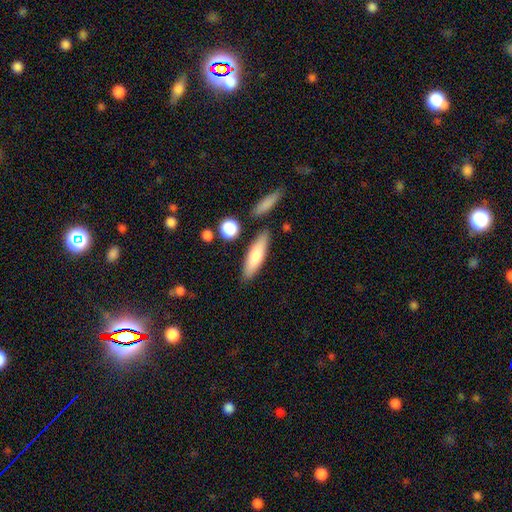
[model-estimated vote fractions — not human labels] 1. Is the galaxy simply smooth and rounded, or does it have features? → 75% smooth, 19% featured or disk, 6% star or artifact.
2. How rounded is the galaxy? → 62% cigar-shaped, 36% in between, 2% round.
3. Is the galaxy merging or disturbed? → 82% none, 10% minor disturbance, 5% merger, 3% major disturbance.